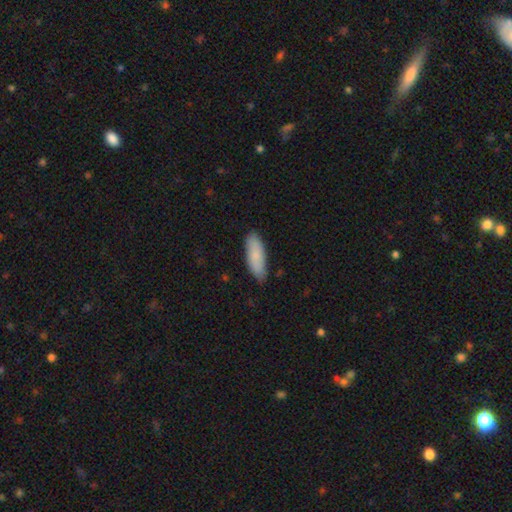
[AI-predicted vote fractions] Smooth or featured? Predicted: smooth (p=0.84). How rounded? Predicted: in between (p=0.65). Merging? Predicted: none (p=0.82).